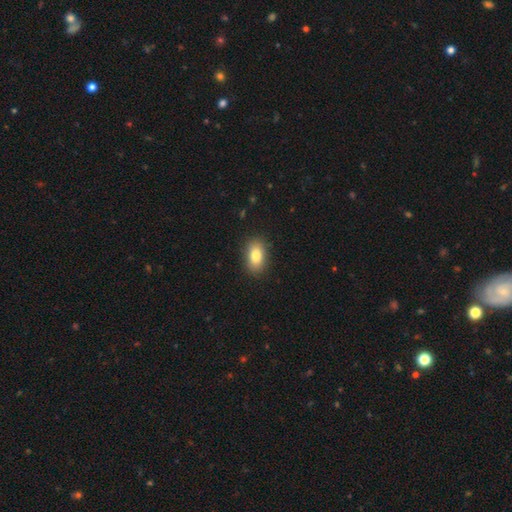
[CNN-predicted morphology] Q: Smooth or featured?
A: smooth (83%); runner-up: featured or disk (9%)
Q: How rounded?
A: in between (87%); runner-up: round (11%)
Q: Merging?
A: none (87%); runner-up: minor disturbance (10%)